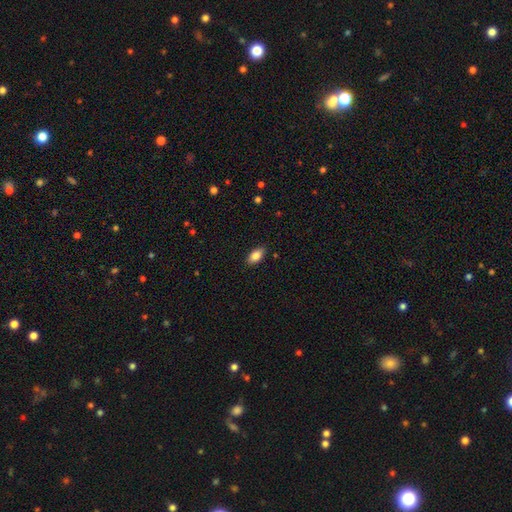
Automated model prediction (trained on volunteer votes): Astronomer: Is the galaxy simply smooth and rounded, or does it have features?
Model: smooth — 84%.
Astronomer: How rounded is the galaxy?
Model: in between — 92%.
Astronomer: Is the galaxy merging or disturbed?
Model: none — 88%.